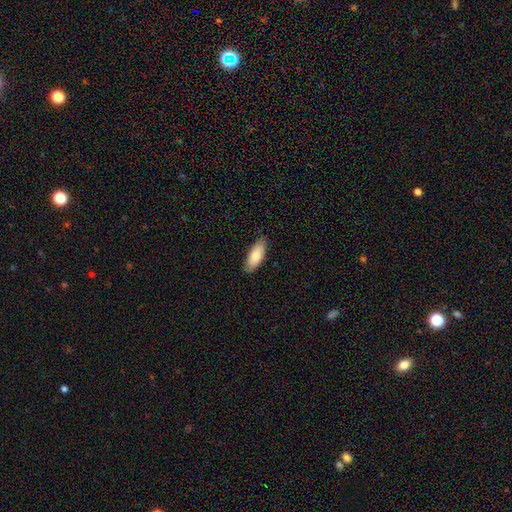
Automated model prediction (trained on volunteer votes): Smooth or featured?
  - smooth: 82% *
  - featured or disk: 13%
  - star or artifact: 6%
How rounded?
  - in between: 80% *
  - cigar-shaped: 18%
  - round: 2%
Merging?
  - none: 83% *
  - minor disturbance: 14%
  - major disturbance: 2%
  - merger: 1%